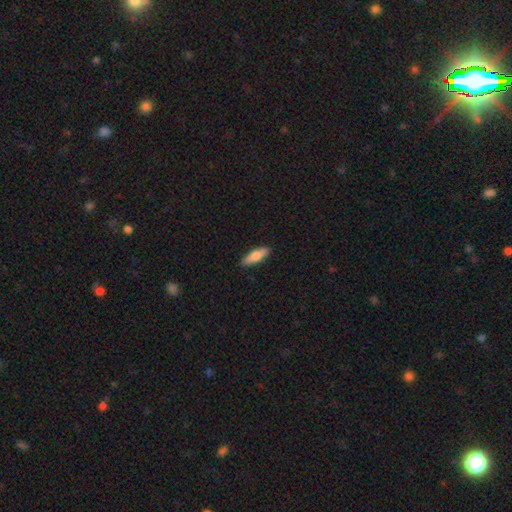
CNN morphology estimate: The model was most divided on "how rounded": cigar-shaped: 56%, in between: 42%, round: 2%. More confident: merging — none (89%); smooth or featured — smooth (73%).